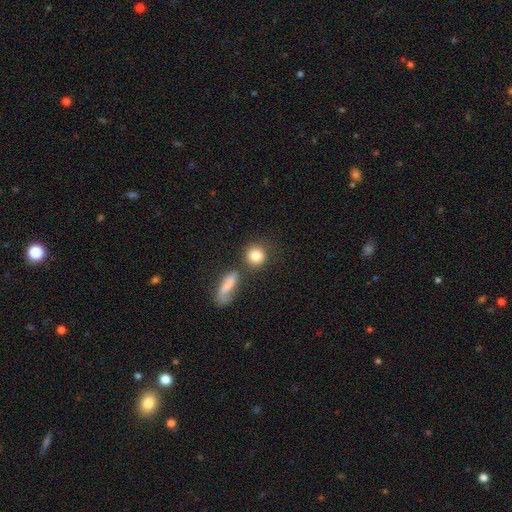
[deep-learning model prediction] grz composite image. It shows a smooth galaxy with no disk features (83%) that is round (83%). Merging: none (68%).